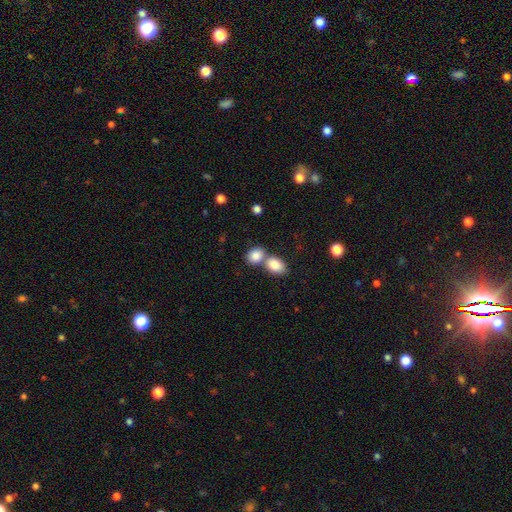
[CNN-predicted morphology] smooth 85%, star or artifact 8%, featured or disk 7%. Down the decision tree: how rounded — in between (60%); merging — merger (55%).